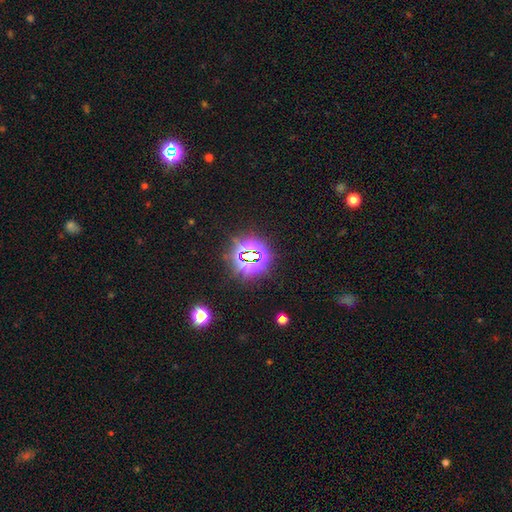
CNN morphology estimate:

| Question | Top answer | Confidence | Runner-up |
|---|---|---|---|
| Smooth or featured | star or artifact | 78% | smooth (15%) |